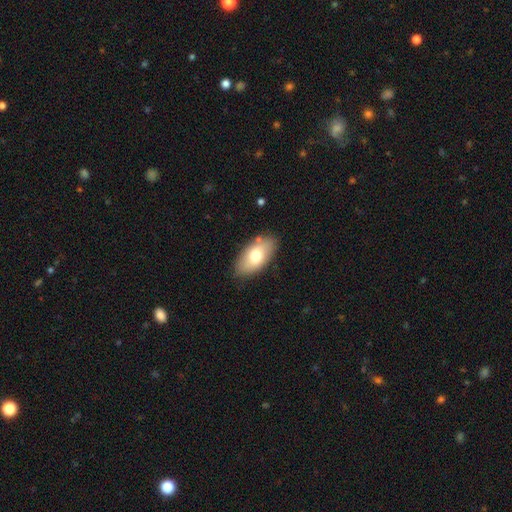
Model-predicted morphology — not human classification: Smooth or featured: smooth — 71% (featured or disk — 22%)
How rounded: in between — 93% (cigar-shaped — 4%)
Merging: none — 82% (minor disturbance — 13%)